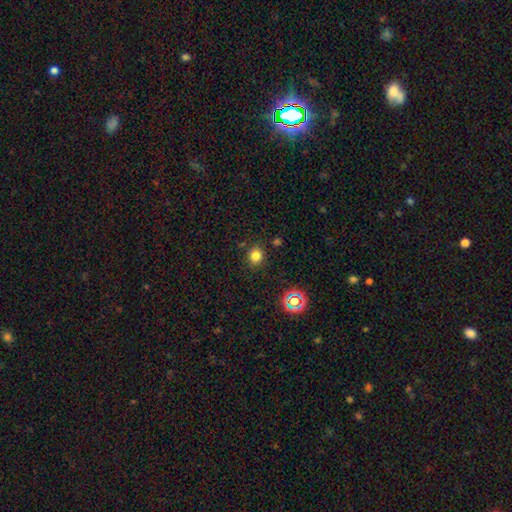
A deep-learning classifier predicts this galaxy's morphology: A smooth galaxy with no disk features (78%) that is round (77%). Merging: none (85%).